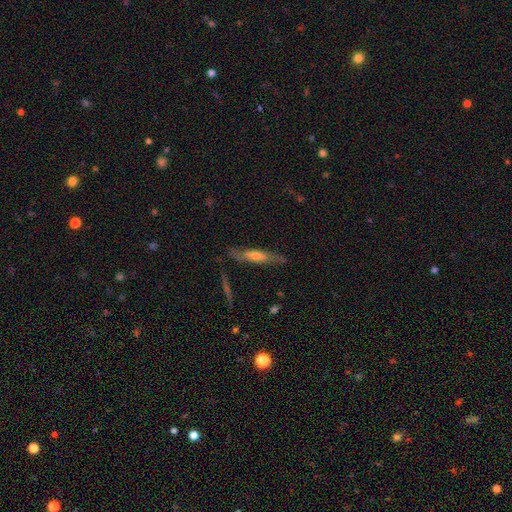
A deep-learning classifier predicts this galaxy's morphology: This appears to be a featured or disk galaxy (62%) viewed edge-on (76%). Merging: none (77%).